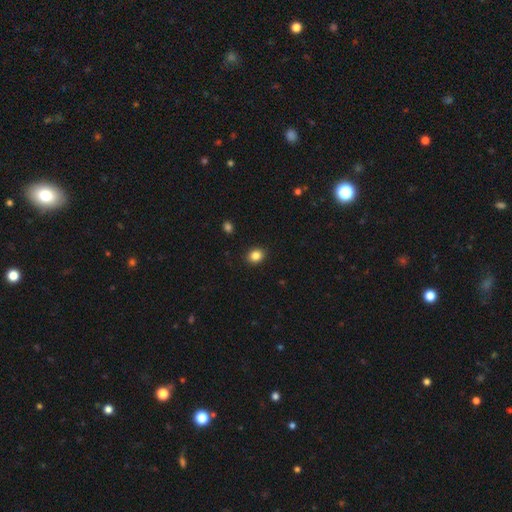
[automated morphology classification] Overall: smooth (85%). How rounded: round (60%; in between 39%). Merging: none (91%).